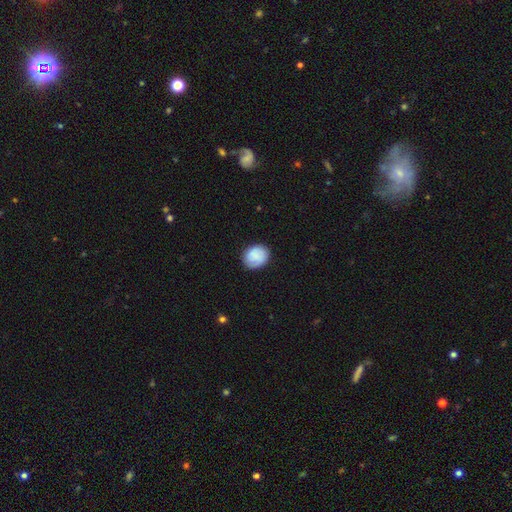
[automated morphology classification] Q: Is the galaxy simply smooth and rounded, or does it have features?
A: smooth — 82%.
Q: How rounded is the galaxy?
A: round — 59%.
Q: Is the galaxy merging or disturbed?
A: none — 81%.